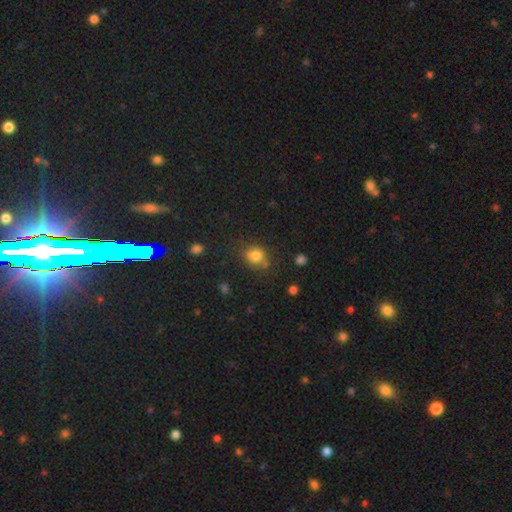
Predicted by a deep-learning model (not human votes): Smooth or featured? smooth (79%)
How rounded? round (79%)
Merging? none (70%)